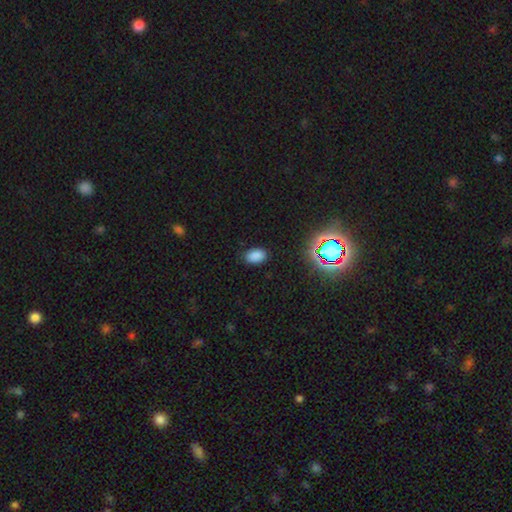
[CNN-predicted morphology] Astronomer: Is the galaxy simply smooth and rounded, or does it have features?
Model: smooth — 80%.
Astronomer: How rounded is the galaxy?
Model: in between — 90%.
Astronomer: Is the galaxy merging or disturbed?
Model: none — 86%.